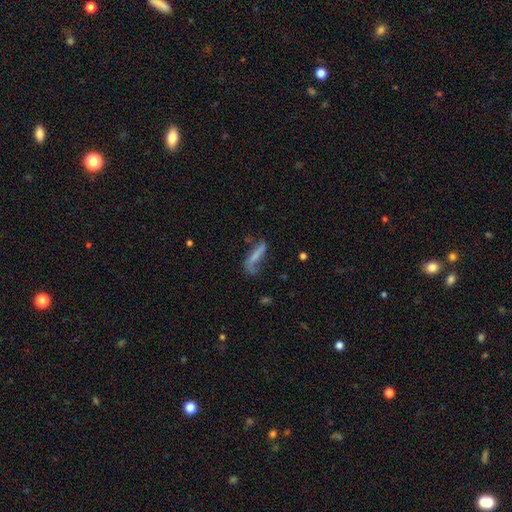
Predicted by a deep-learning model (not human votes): Smooth or featured?
  - smooth: 52% *
  - featured or disk: 39%
  - star or artifact: 10%
How rounded?
  - cigar-shaped: 71% *
  - in between: 26%
  - round: 3%
Merging?
  - none: 44% *
  - minor disturbance: 28%
  - major disturbance: 23%
  - merger: 5%